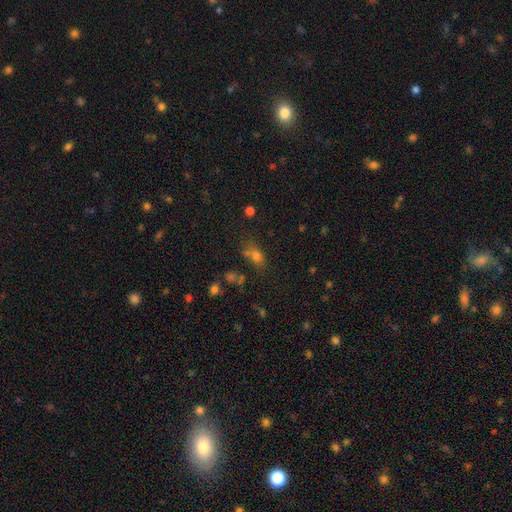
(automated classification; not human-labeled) Smooth or featured: smooth — 64% (star or artifact — 25%)
How rounded: in between — 62% (round — 32%)
Merging: none — 54% (merger — 19%)